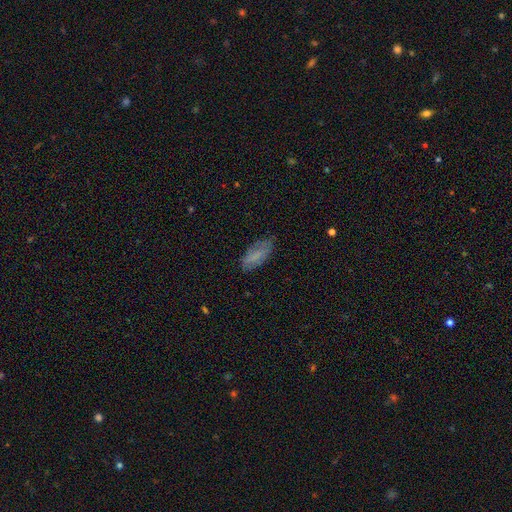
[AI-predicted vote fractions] smooth_or_featured: smooth (p=0.72) [alt: featured or disk p=0.20]
how_rounded: in between (p=0.76) [alt: cigar-shaped p=0.22]
merging: none (p=0.74) [alt: minor disturbance p=0.19]